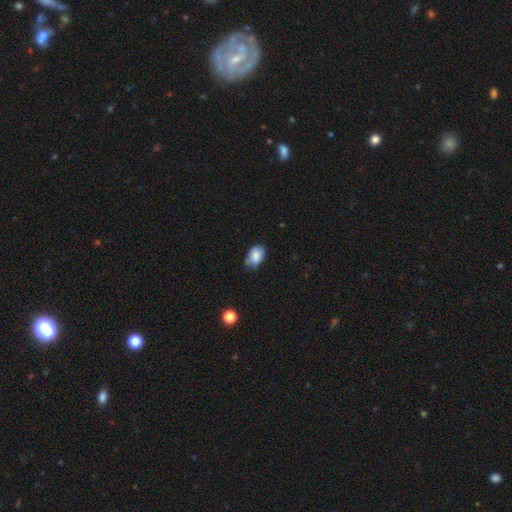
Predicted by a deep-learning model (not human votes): Overall: smooth (83%). How rounded: in between (85%). Merging: none (63%; minor disturbance 30%).